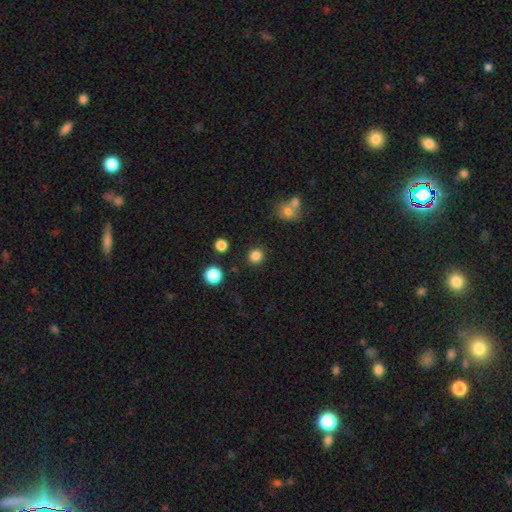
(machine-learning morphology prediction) smooth-or-featured: smooth: 83% | star or artifact: 13% | featured or disk: 4%
  how-rounded: round: 90% | in between: 9% | cigar-shaped: 1%
  merging: none: 89% | minor disturbance: 6% | merger: 3% | major disturbance: 2%